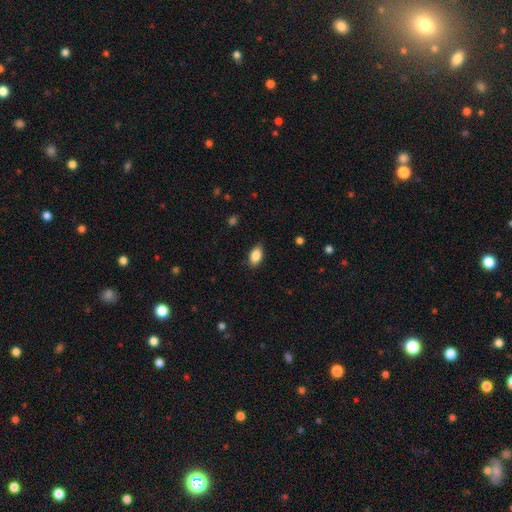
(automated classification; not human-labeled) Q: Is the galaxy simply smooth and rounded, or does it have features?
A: smooth — 87%.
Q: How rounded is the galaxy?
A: in between — 90%.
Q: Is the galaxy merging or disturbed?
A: none — 83%.